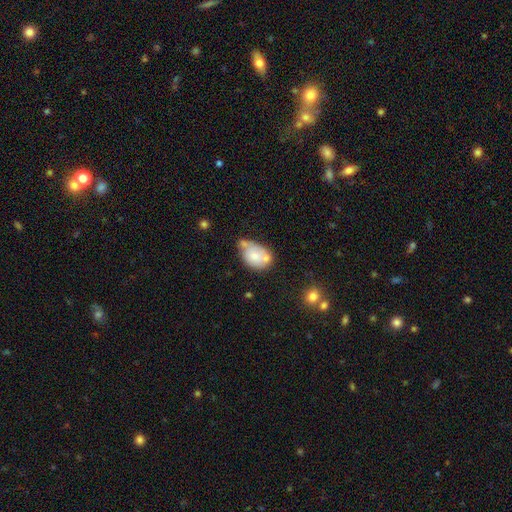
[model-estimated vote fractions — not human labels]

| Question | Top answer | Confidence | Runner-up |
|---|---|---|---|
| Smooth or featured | smooth | 68% | featured or disk (24%) |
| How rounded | in between | 78% | round (20%) |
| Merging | none | 33% | merger (31%) |